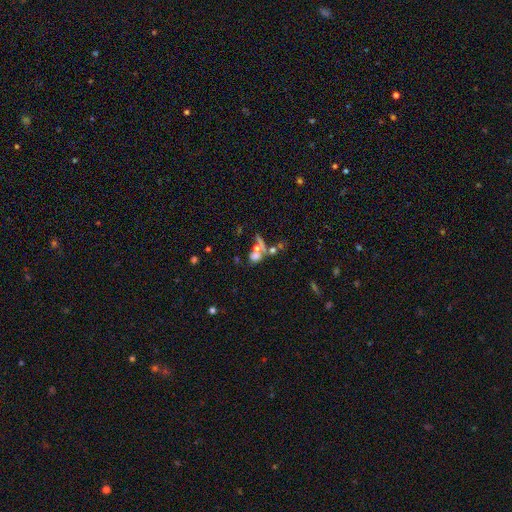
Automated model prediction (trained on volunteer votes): smooth_or_featured: smooth (p=0.53) [alt: featured or disk p=0.27]
how_rounded: in between (p=0.51) [alt: round p=0.42]
merging: merger (p=0.53) [alt: none p=0.27]